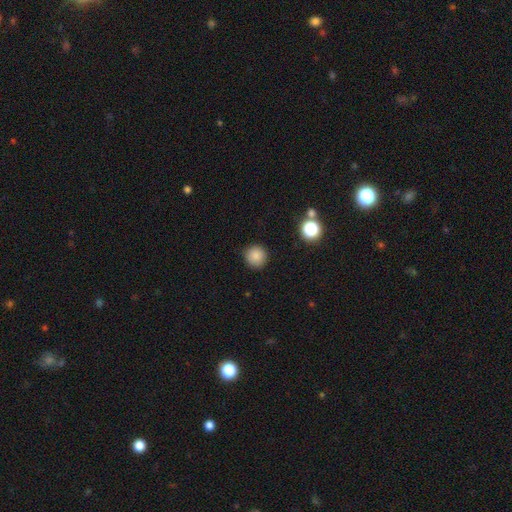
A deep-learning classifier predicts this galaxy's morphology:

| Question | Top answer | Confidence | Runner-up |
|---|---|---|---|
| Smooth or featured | smooth | 85% | star or artifact (11%) |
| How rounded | round | 94% | in between (5%) |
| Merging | none | 90% | minor disturbance (7%) |